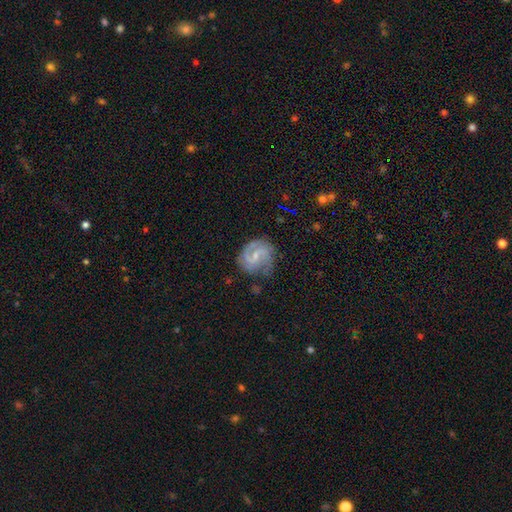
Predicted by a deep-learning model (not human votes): Smooth or featured?
  - featured or disk: 81% *
  - smooth: 13%
  - star or artifact: 6%
Edge-on disk?
  - no: 98% *
  - yes: 2%
Bar?
  - weak: 57% *
  - no: 27%
  - strong: 15%
Spiral arms?
  - yes: 95% *
  - no: 5%
Spiral winding?
  - medium: 51% *
  - tight: 27%
  - loose: 22%
Spiral arm count?
  - 2: 76% *
  - can't tell: 9%
  - 3: 8%
  - 1: 4%
  - 4: 2%
  - more than 4: 2%
Bulge size?
  - small: 63% *
  - moderate: 25%
  - none: 10%
  - large: 1%
  - dominant: 1%
Merging?
  - none: 66% *
  - minor disturbance: 23%
  - major disturbance: 9%
  - merger: 2%